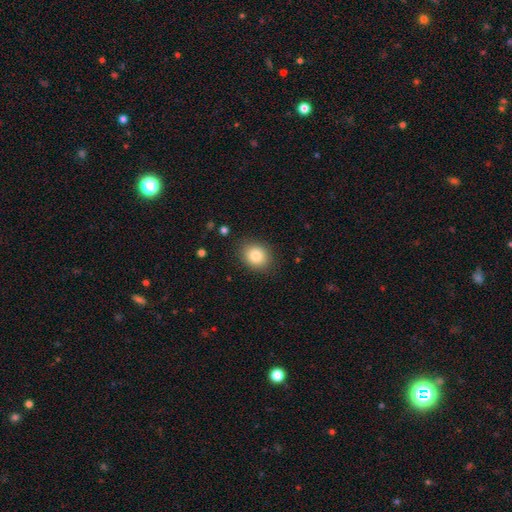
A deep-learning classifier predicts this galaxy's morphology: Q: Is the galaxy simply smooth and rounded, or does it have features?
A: smooth — 84%.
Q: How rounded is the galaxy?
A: round — 59%.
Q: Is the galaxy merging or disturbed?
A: none — 87%.